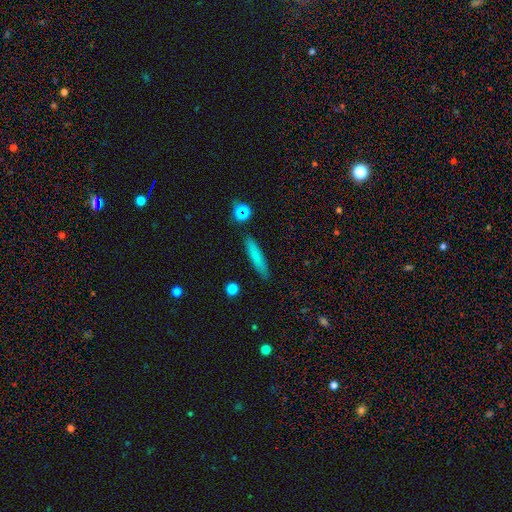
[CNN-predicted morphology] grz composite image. It shows a smooth galaxy with no disk features (77%) that is cigar-shaped (89%). Merging: none (89%).